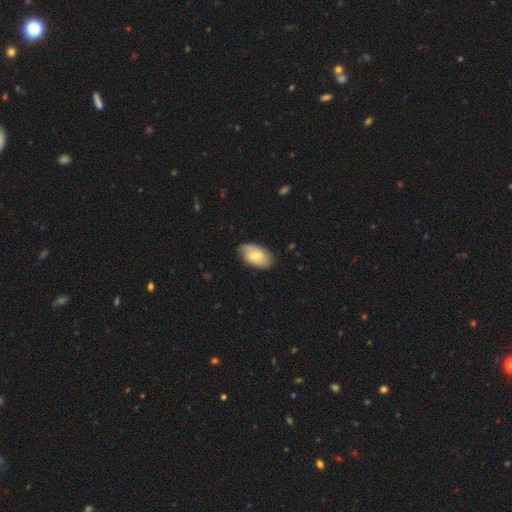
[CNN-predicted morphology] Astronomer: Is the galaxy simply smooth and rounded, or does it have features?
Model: smooth — 49% (runner-up: featured or disk, 45%).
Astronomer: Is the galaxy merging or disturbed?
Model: none — 74%.